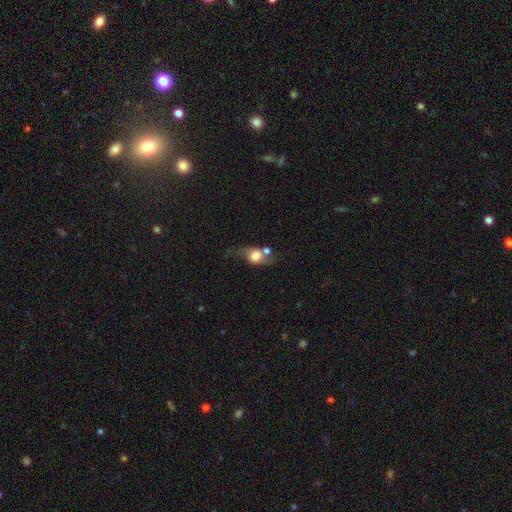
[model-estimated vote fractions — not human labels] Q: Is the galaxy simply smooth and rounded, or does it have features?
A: smooth — 49%.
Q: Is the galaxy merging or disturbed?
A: none — 36%.